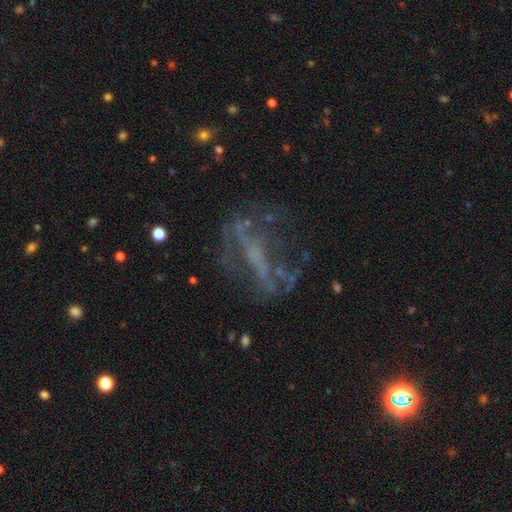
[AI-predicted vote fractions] Smooth or featured: featured or disk — 60% (star or artifact — 25%)
Edge-on disk: no — 84% (yes — 16%)
Bar: no — 40% (strong — 34%)
Spiral arms: no — 59% (yes — 41%)
Bulge size: none — 60% (small — 27%)
Merging: none — 51% (major disturbance — 28%)